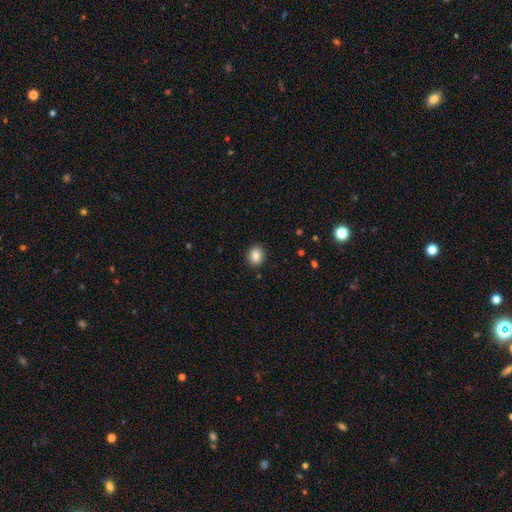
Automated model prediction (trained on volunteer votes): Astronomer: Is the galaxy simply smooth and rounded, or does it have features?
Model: smooth — 84%.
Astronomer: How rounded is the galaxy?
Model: round — 73%.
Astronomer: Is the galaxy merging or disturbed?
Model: none — 91%.